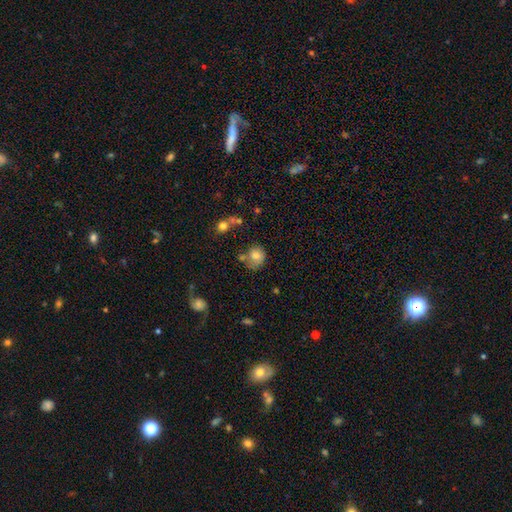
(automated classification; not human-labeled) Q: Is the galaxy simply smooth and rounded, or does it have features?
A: smooth — 78%.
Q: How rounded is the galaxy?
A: round — 68%.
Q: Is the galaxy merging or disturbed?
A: none — 47%.